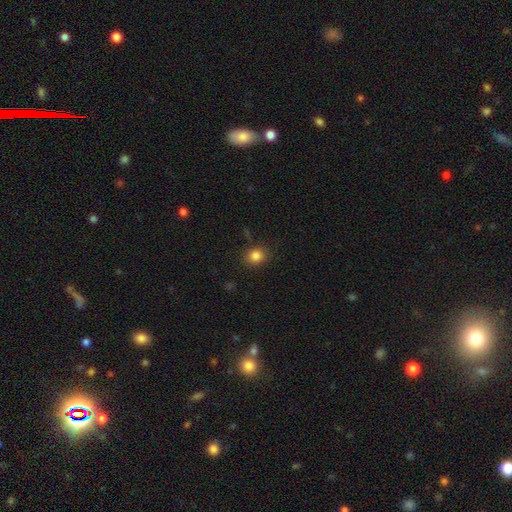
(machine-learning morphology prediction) Smooth or featured: smooth — 84% (star or artifact — 11%)
How rounded: round — 70% (in between — 29%)
Merging: none — 85% (minor disturbance — 10%)